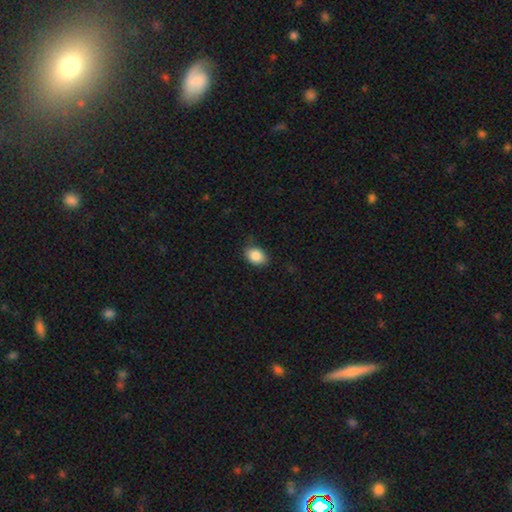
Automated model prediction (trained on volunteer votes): smooth_or_featured: smooth (p=0.86) [alt: star or artifact p=0.08]
how_rounded: in between (p=0.72) [alt: round p=0.27]
merging: none (p=0.77) [alt: minor disturbance p=0.19]